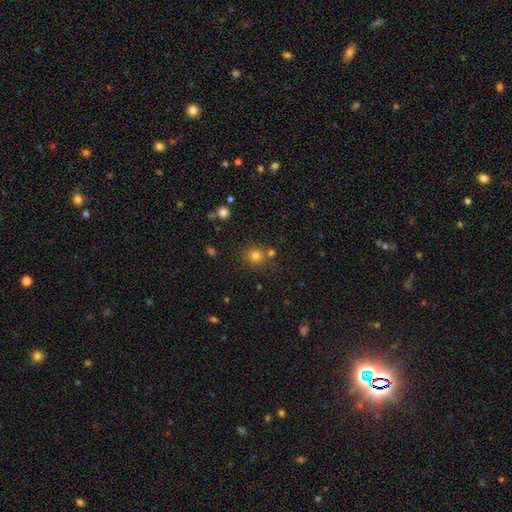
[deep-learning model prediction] The model was most divided on "merging": none: 73%, merger: 14%, minor disturbance: 9%, major disturbance: 3%. More confident: how rounded — round (86%); smooth or featured — smooth (78%).